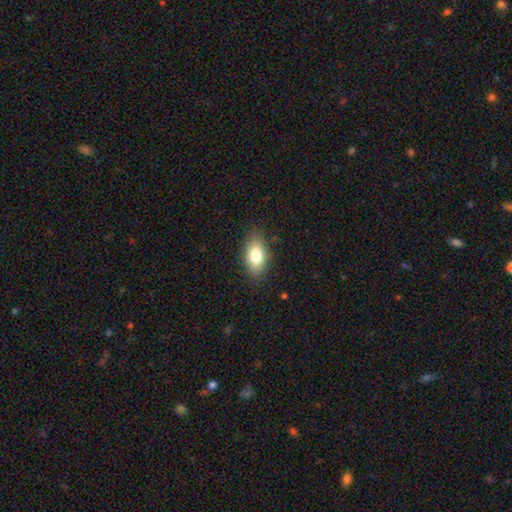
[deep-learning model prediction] Smooth or featured? Predicted: smooth (p=0.78). How rounded? Predicted: in between (p=0.89). Merging? Predicted: none (p=0.84).